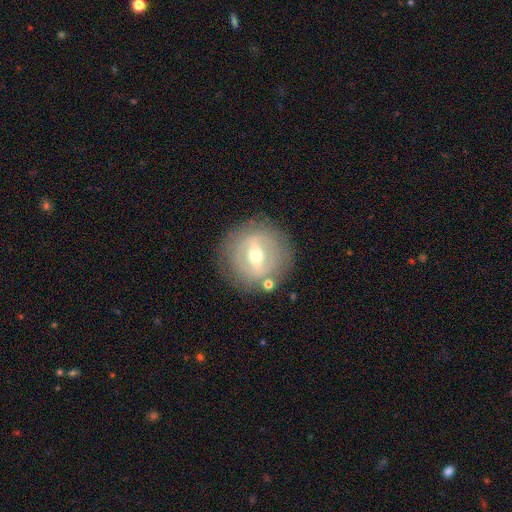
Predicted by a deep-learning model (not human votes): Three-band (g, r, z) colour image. It shows a featured or disk galaxy (66%) with a strong bar (49%), no spiral arms (65%) and a moderate central bulge (69%). Merging: none (83%).